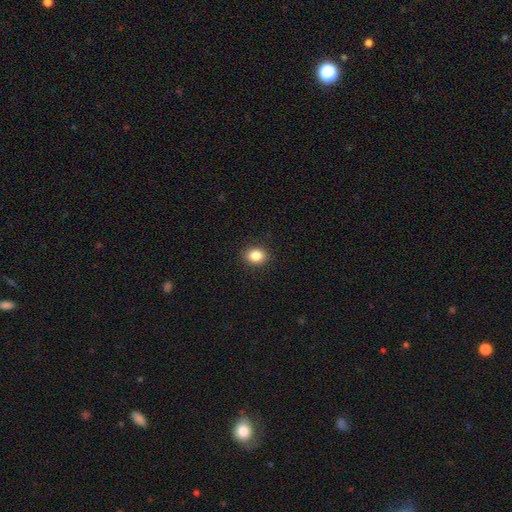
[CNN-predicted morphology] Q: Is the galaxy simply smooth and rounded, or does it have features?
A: smooth — 85%.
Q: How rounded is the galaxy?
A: round — 55%.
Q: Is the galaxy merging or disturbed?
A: none — 90%.